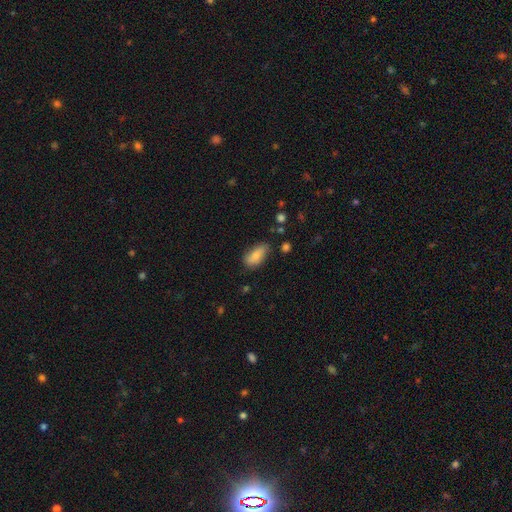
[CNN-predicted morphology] Smooth or featured? smooth (81%)
How rounded? in between (89%)
Merging? none (63%)